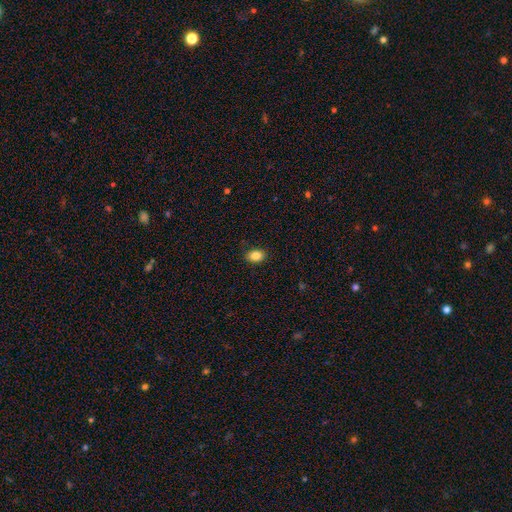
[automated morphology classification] Smooth or featured? smooth (85%)
How rounded? in between (70%)
Merging? none (88%)